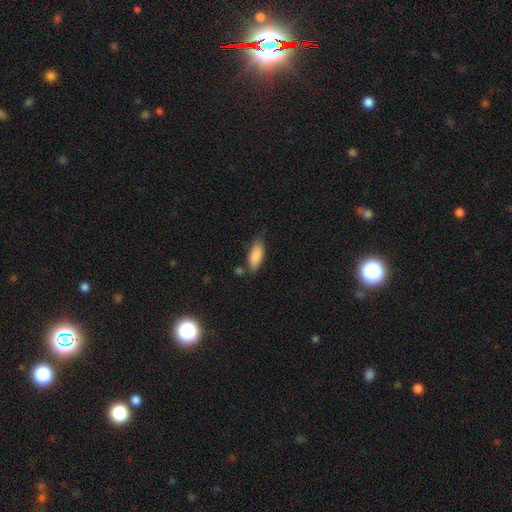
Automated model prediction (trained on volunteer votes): smooth-or-featured: smooth: 86% | featured or disk: 7% | star or artifact: 6%
  how-rounded: in between: 74% | cigar-shaped: 24% | round: 2%
  merging: none: 65% | minor disturbance: 24% | merger: 6% | major disturbance: 5%